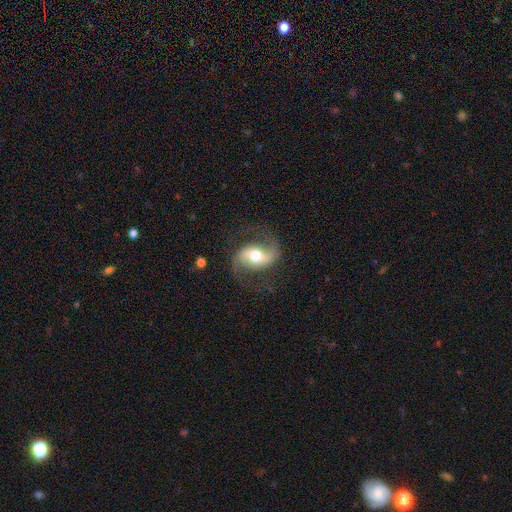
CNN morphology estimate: featured or disk 84%, smooth 11%, star or artifact 5%. Down the decision tree: edge-on disk — no (97%); bar — weak (40%); spiral arms — yes (95%); spiral arm count — 2 (92%); spiral winding — loose (49%); bulge size — moderate (68%); merging — none (73%).